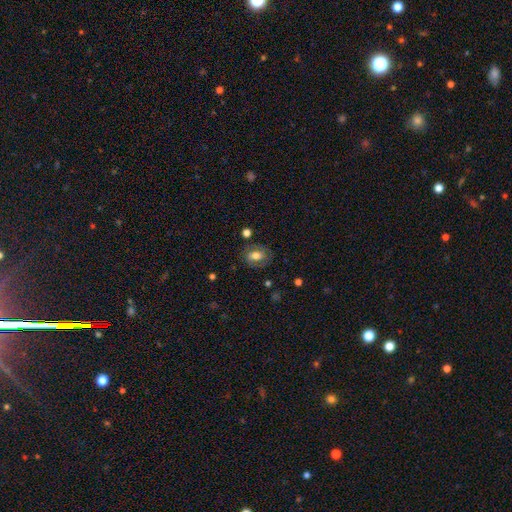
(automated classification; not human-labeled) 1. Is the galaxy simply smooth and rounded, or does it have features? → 64% smooth, 27% featured or disk, 9% star or artifact.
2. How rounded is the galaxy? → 63% in between, 36% round, 1% cigar-shaped.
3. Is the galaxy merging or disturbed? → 76% none, 15% minor disturbance, 7% major disturbance, 2% merger.